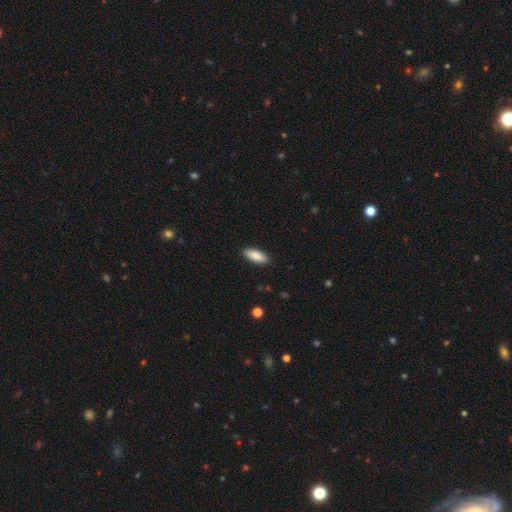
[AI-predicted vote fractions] smooth_or_featured: smooth (p=0.88) [alt: featured or disk p=0.06]
how_rounded: in between (p=0.80) [alt: cigar-shaped p=0.19]
merging: none (p=0.89) [alt: minor disturbance p=0.09]